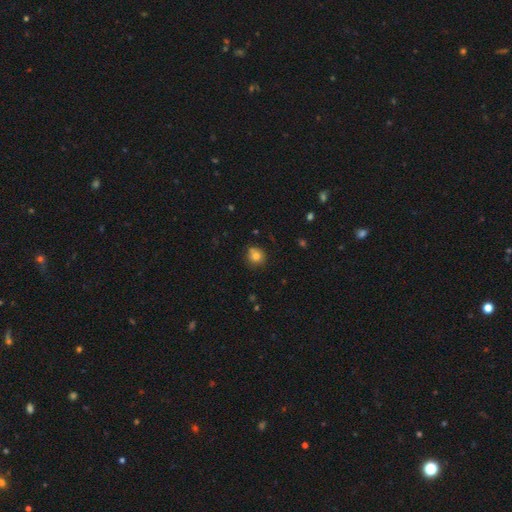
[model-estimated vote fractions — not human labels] A smooth galaxy with no disk features (78%) that is round (87%).

Vote fractions:
- Smooth or featured? smooth: 78% / star or artifact: 12% / featured or disk: 10%
- How rounded? round: 87% / in between: 12% / cigar-shaped: 1%
- Merging? none: 72% / minor disturbance: 16% / merger: 8% / major disturbance: 4%